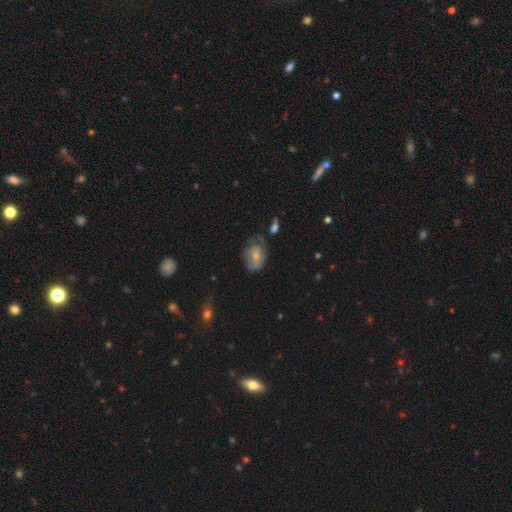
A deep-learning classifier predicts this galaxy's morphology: Smooth or featured? Predicted: smooth (p=0.56). How rounded? Predicted: in between (p=0.74). Merging? Predicted: none (p=0.43).